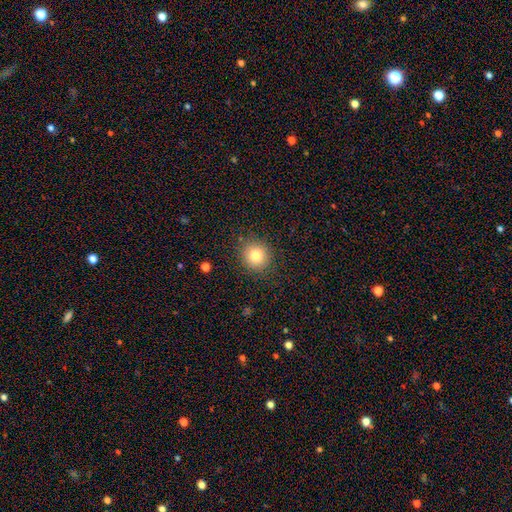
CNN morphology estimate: Smooth or featured?
  - smooth: 80% *
  - star or artifact: 12%
  - featured or disk: 8%
How rounded?
  - round: 90% *
  - in between: 9%
  - cigar-shaped: 1%
Merging?
  - none: 87% *
  - minor disturbance: 9%
  - major disturbance: 3%
  - merger: 1%